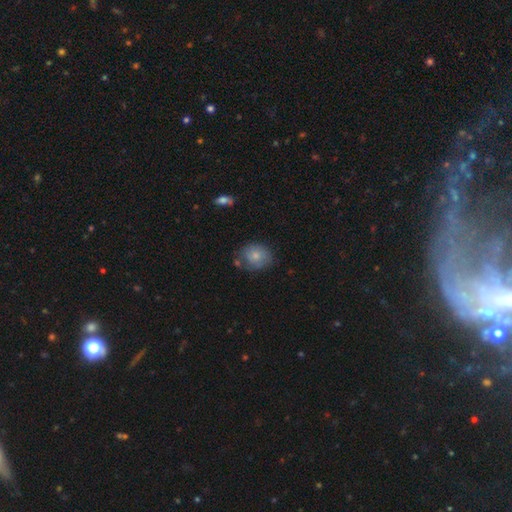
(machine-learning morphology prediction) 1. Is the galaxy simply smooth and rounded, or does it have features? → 75% smooth, 17% featured or disk, 8% star or artifact.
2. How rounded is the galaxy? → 66% round, 33% in between, 1% cigar-shaped.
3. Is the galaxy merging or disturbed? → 64% none, 23% minor disturbance, 7% major disturbance, 6% merger.